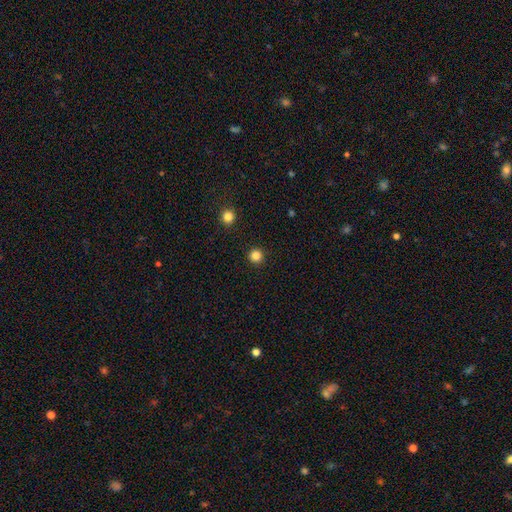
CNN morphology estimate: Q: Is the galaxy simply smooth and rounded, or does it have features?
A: smooth — 84%.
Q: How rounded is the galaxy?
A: round — 96%.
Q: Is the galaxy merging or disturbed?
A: none — 93%.